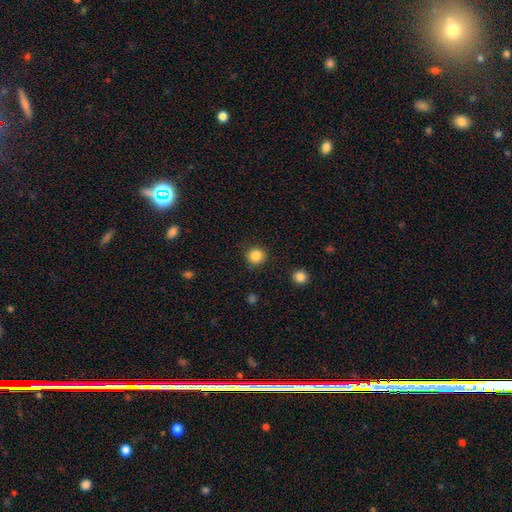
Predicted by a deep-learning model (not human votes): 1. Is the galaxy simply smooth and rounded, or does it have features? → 85% smooth, 11% star or artifact, 4% featured or disk.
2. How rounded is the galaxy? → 92% round, 7% in between, 1% cigar-shaped.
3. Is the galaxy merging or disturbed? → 89% none, 7% minor disturbance, 2% major disturbance, 1% merger.